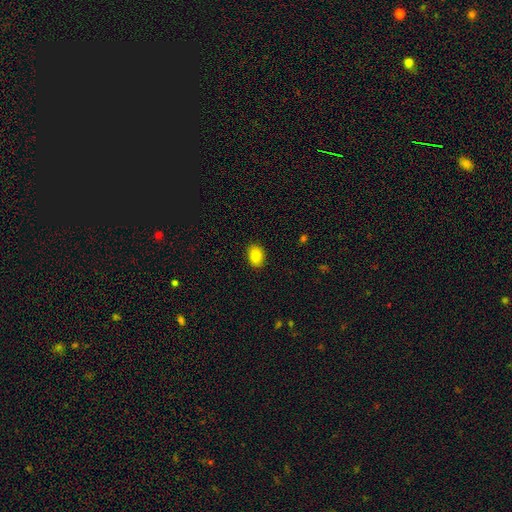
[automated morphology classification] A smooth galaxy with no disk features (88%) that is in between round and cigar-shaped (79%). Merging: none (88%).